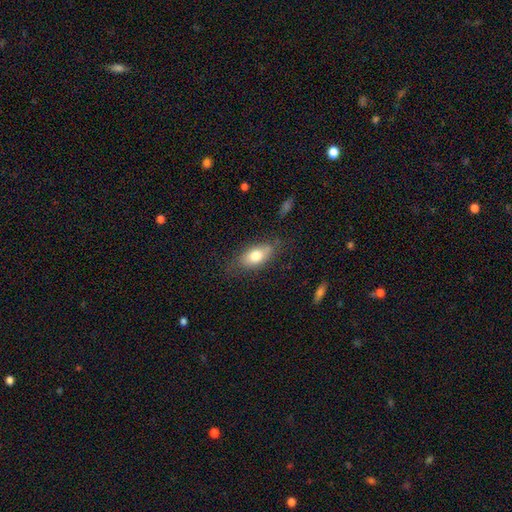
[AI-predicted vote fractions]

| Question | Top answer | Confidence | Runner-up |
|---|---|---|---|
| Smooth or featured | smooth | 75% | featured or disk (18%) |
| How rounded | in between | 86% | cigar-shaped (7%) |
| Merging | none | 70% | minor disturbance (21%) |